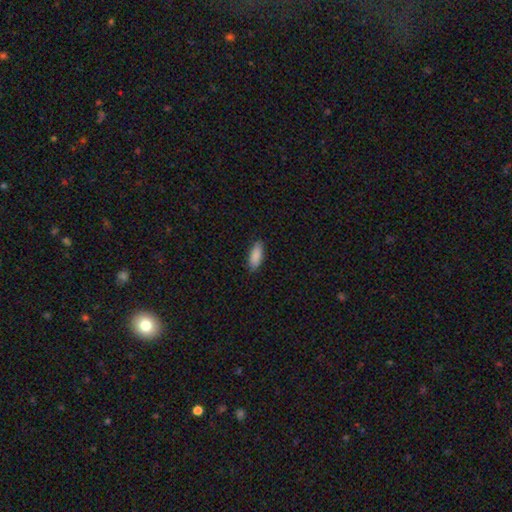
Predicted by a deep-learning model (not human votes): Morphology: type=smooth (89%); roundness=in between (73%); merging=none (85%).